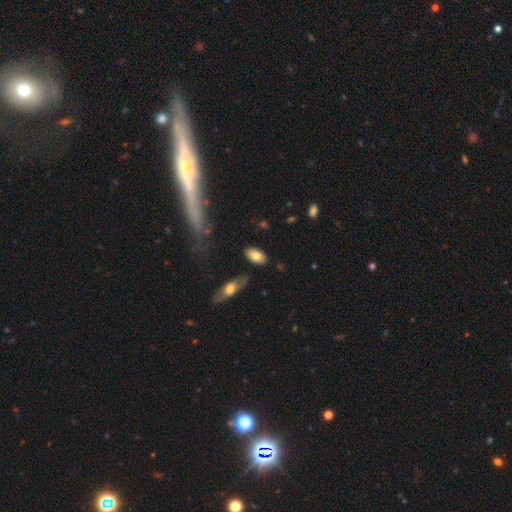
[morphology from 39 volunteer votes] This appears to be a smooth galaxy with no disk features (72%) that is in between round and cigar-shaped (96%). Merging: none (86%).